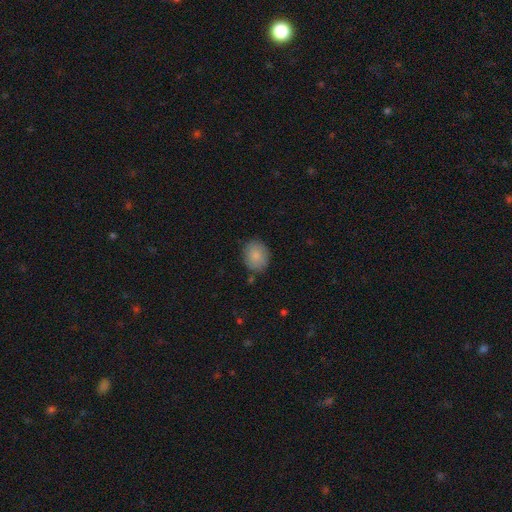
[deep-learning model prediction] Overall: smooth (84%). How rounded: round (53%; in between 46%). Merging: none (82%).